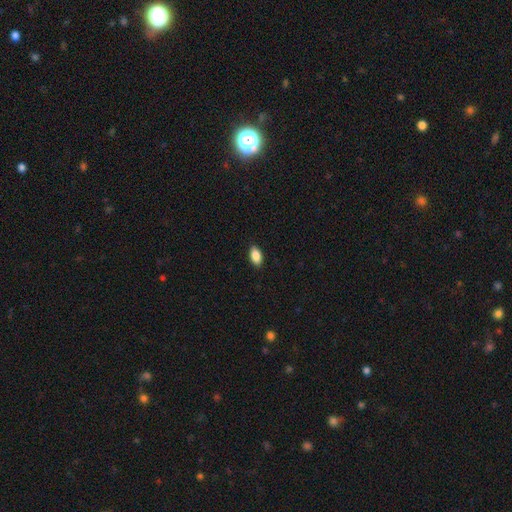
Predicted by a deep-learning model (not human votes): A smooth galaxy with no disk features (88%) that is in between round and cigar-shaped (92%). Merging: none (89%).